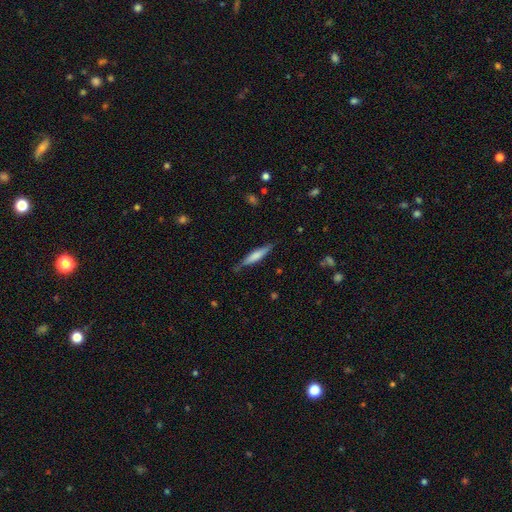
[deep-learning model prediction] Q: Smooth or featured?
A: smooth (60%); runner-up: featured or disk (35%)
Q: How rounded?
A: cigar-shaped (88%); runner-up: in between (11%)
Q: Merging?
A: none (80%); runner-up: minor disturbance (15%)